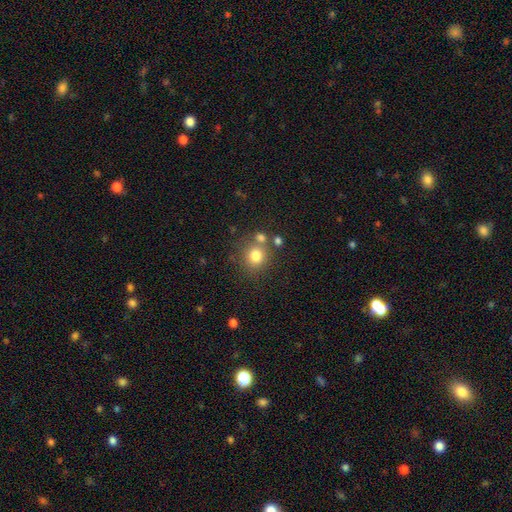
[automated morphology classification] Smooth or featured? smooth (78%)
How rounded? round (85%)
Merging? none (67%)